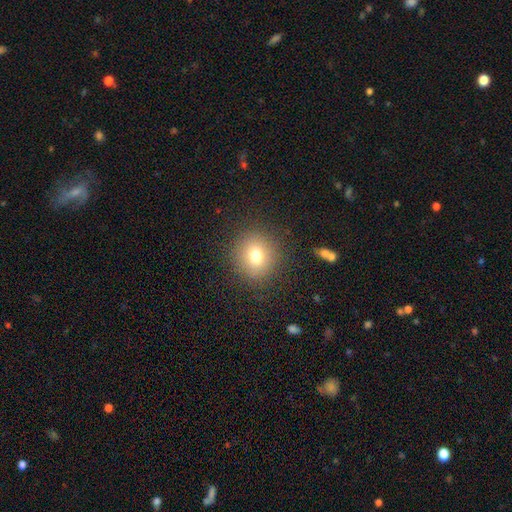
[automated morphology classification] Q: Smooth or featured?
A: smooth (75%); runner-up: star or artifact (13%)
Q: How rounded?
A: round (82%); runner-up: in between (16%)
Q: Merging?
A: none (87%); runner-up: minor disturbance (8%)